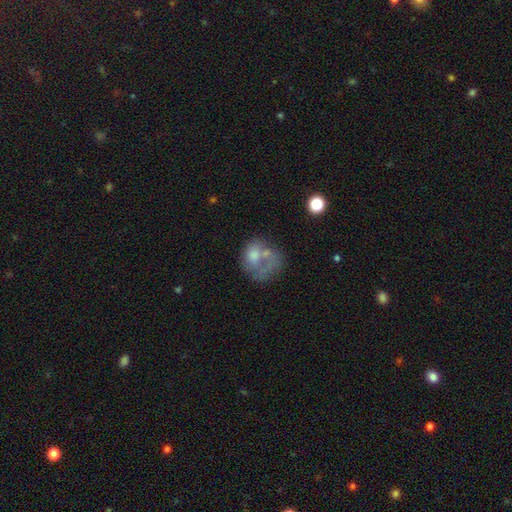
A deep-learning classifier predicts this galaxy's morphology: A smooth galaxy with no disk features (50%). Merging: major disturbance (36%).